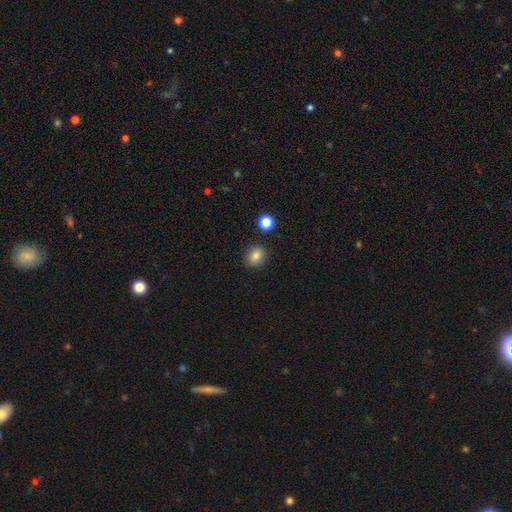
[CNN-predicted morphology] This is clearly a smooth galaxy (84%). How rounded: likely round (72%). Merging: clearly none (88%).